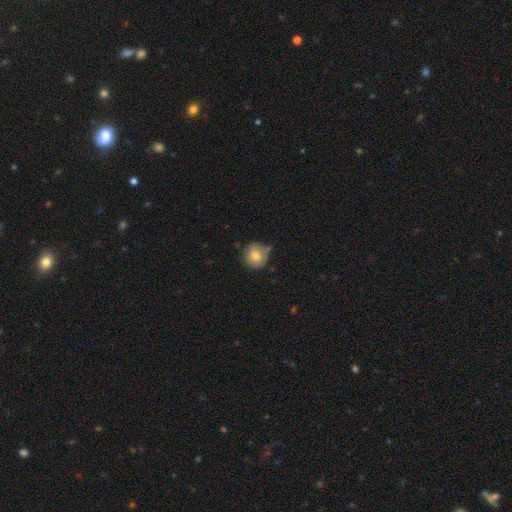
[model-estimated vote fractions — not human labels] Smooth or featured: smooth — 79% (featured or disk — 12%)
How rounded: round — 93% (in between — 6%)
Merging: none — 69% (minor disturbance — 20%)